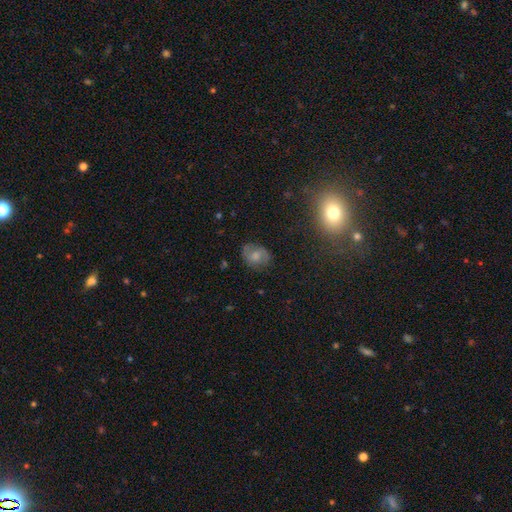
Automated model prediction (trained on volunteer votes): smooth 56%, featured or disk 33%, star or artifact 12%. Down the decision tree: how rounded — in between (56%); merging — none (71%).